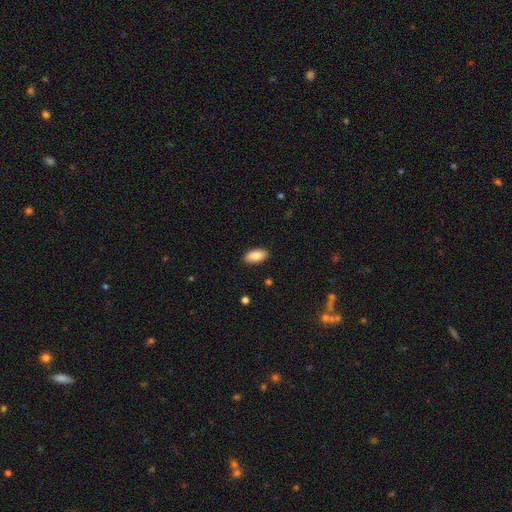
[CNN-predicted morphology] Smooth or featured?
  - smooth: 84% *
  - featured or disk: 10%
  - star or artifact: 6%
How rounded?
  - in between: 92% *
  - cigar-shaped: 5%
  - round: 2%
Merging?
  - none: 89% *
  - minor disturbance: 8%
  - major disturbance: 2%
  - merger: 1%